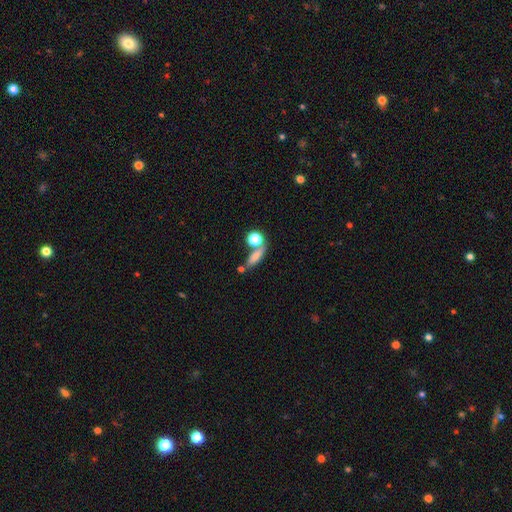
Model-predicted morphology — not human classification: smooth 73%, featured or disk 15%, star or artifact 12%. Down the decision tree: how rounded — in between (46%); merging — none (52%).